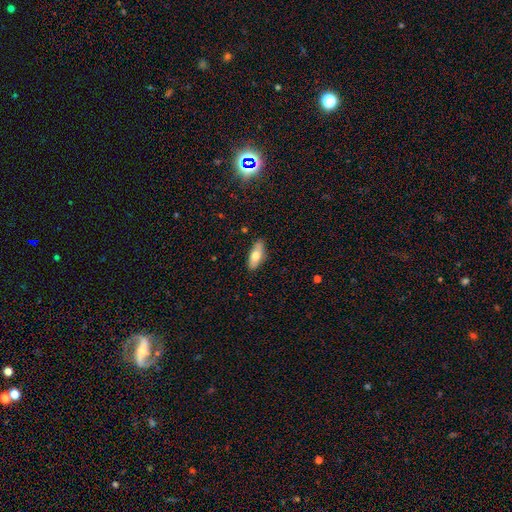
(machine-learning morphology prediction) smooth 69%, featured or disk 25%, star or artifact 6%. Down the decision tree: how rounded — in between (81%); merging — none (84%).